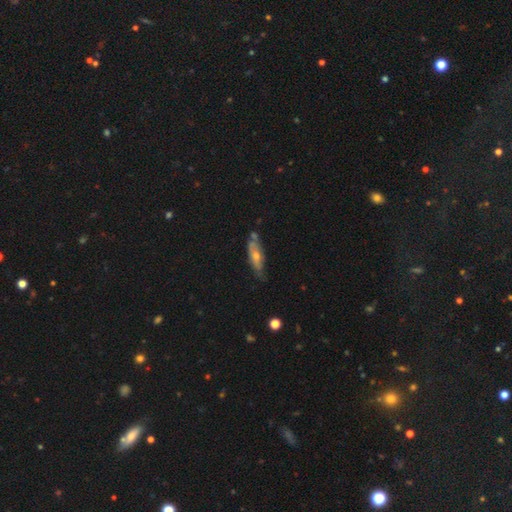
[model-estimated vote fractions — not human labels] Overall: featured or disk (53%; smooth 39%). Edge-on disk: no (54%; yes 46%). Merging: none (59%; minor disturbance 27%).